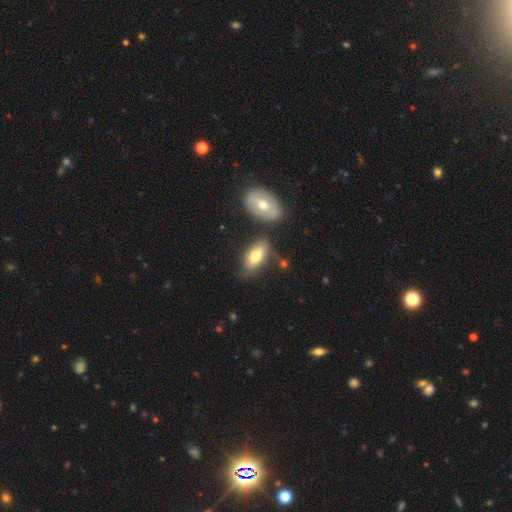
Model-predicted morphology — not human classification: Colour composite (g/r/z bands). It shows a smooth galaxy with no disk features (74%) that is in between round and cigar-shaped (87%). Merging: none (61%).